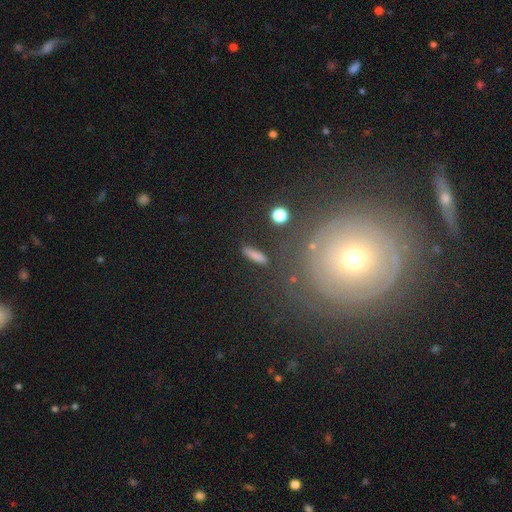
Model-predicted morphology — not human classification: Q: Smooth or featured?
A: smooth (81%); runner-up: star or artifact (10%)
Q: How rounded?
A: cigar-shaped (70%); runner-up: in between (26%)
Q: Merging?
A: none (84%); runner-up: minor disturbance (10%)